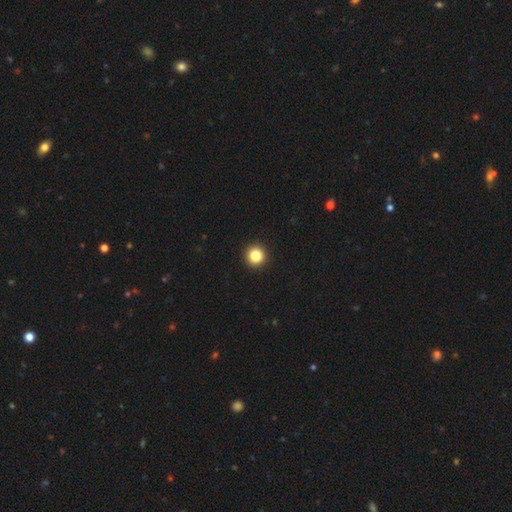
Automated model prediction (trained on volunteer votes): Smooth or featured?
  - smooth: 84% *
  - star or artifact: 11%
  - featured or disk: 5%
How rounded?
  - round: 96% *
  - in between: 3%
  - cigar-shaped: 1%
Merging?
  - none: 94% *
  - minor disturbance: 4%
  - major disturbance: 1%
  - merger: 1%